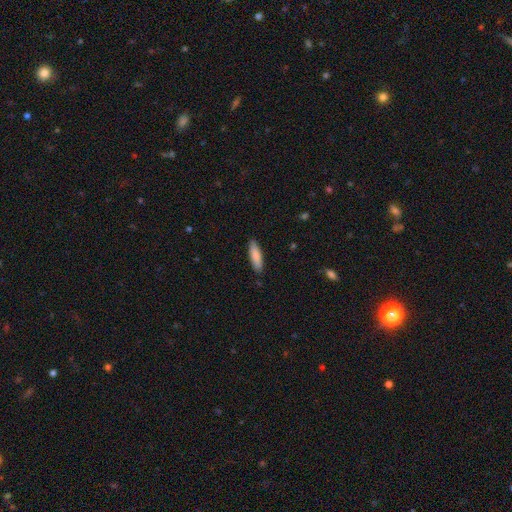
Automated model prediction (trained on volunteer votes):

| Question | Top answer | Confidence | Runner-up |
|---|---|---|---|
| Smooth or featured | smooth | 84% | featured or disk (10%) |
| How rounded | cigar-shaped | 62% | in between (37%) |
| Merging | none | 88% | minor disturbance (9%) |